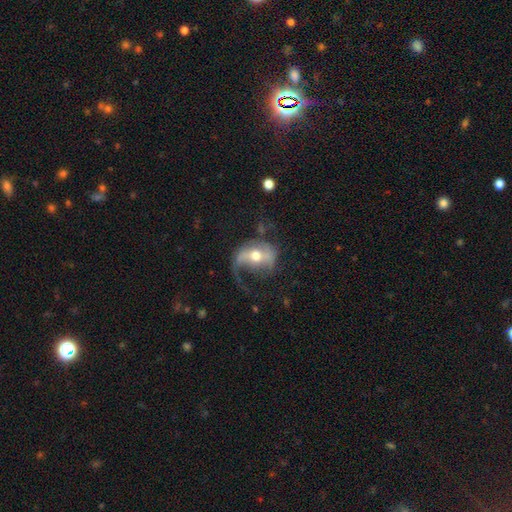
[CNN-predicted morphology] featured or disk 73%, smooth 20%, star or artifact 7%. Down the decision tree: edge-on disk — no (95%); bar — weak (35%); spiral arms — yes (83%); spiral arm count — 2 (47%); spiral winding — loose (61%); bulge size — moderate (72%); merging — none (41%).